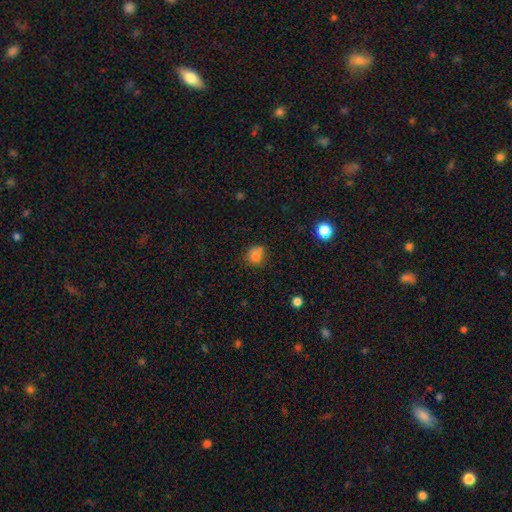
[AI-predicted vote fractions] Smooth or featured? Predicted: smooth (p=0.77). How rounded? Predicted: round (p=0.80). Merging? Predicted: none (p=0.56).